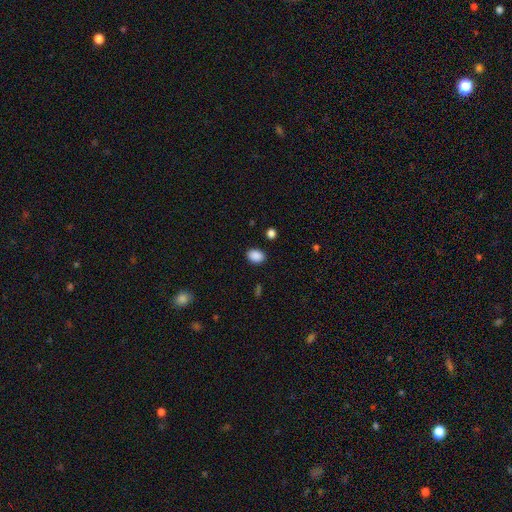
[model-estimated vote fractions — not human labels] The model was most divided on "how rounded": in between: 67%, round: 32%, cigar-shaped: 1%. More confident: smooth or featured — smooth (89%); merging — none (88%).